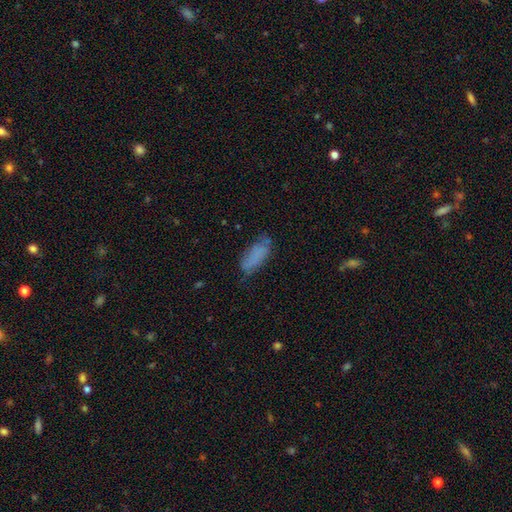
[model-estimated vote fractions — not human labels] smooth_or_featured: smooth (p=0.77) [alt: featured or disk p=0.14]
how_rounded: in between (p=0.73) [alt: cigar-shaped p=0.25]
merging: none (p=0.62) [alt: minor disturbance p=0.26]